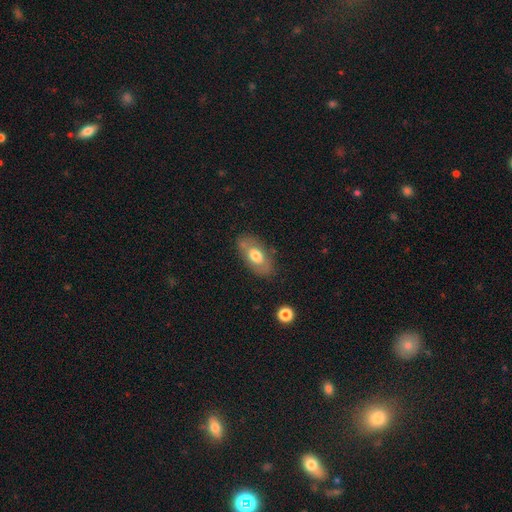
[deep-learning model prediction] Smooth or featured? Predicted: smooth (p=0.61). How rounded? Predicted: in between (p=0.89). Merging? Predicted: none (p=0.70).